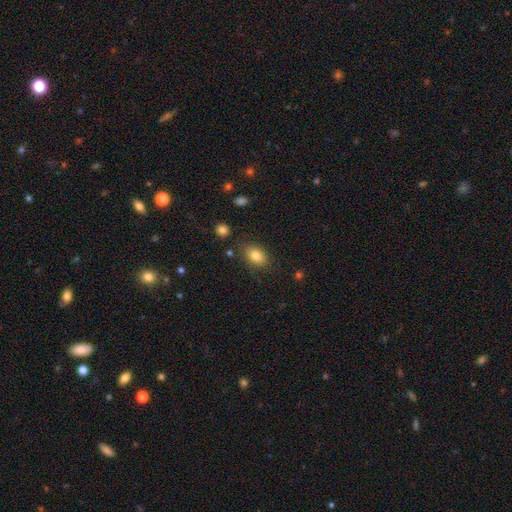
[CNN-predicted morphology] smooth 82%, star or artifact 10%, featured or disk 9%. Down the decision tree: how rounded — in between (79%); merging — none (81%).